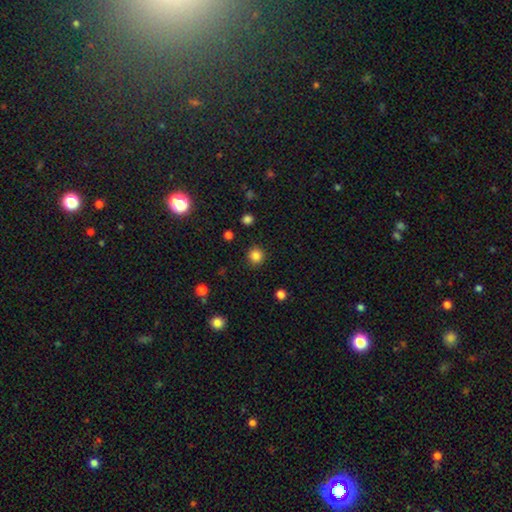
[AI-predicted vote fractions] Smooth or featured: smooth — 84% (star or artifact — 12%)
How rounded: round — 93% (in between — 6%)
Merging: none — 90% (minor disturbance — 6%)